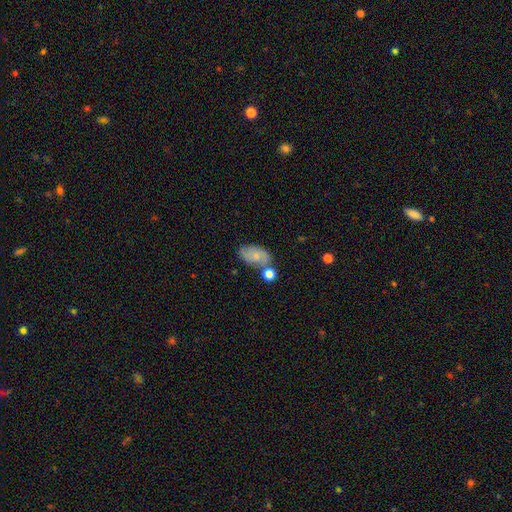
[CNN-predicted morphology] A featured or disk galaxy (46%). Merging: none (51%).